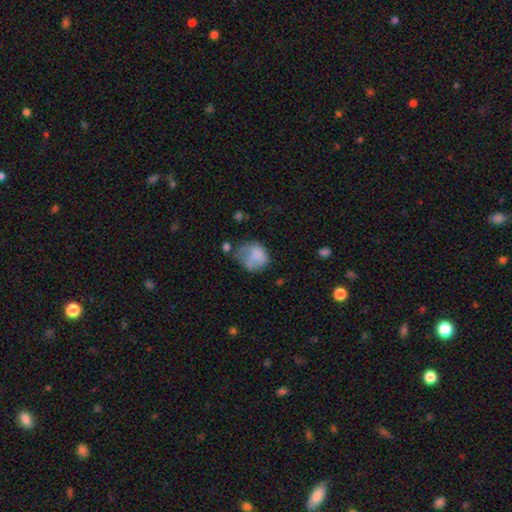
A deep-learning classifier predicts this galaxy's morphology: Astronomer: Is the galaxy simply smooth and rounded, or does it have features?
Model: smooth — 72%.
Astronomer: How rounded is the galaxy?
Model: round — 65%.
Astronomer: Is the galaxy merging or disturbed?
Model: none — 35% (runner-up: minor disturbance, 31%).